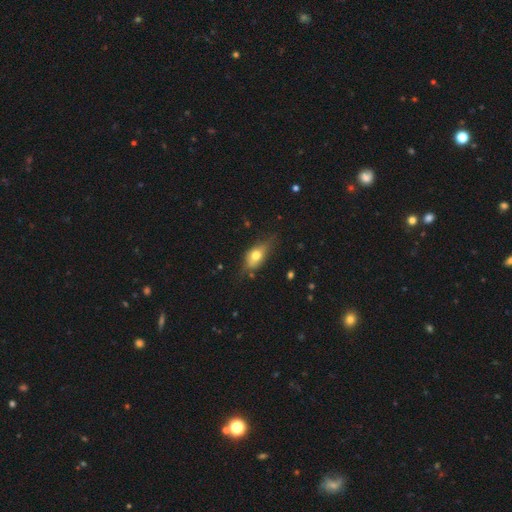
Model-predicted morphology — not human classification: This appears to be a smooth galaxy with no disk features (64%) that is in between round and cigar-shaped (80%). Merging: none (57%).